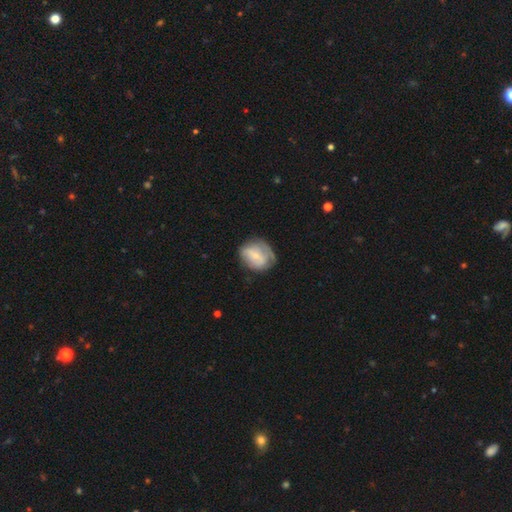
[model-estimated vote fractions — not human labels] Smooth or featured: smooth — 48% (featured or disk — 45%)
Merging: none — 53% (minor disturbance — 30%)